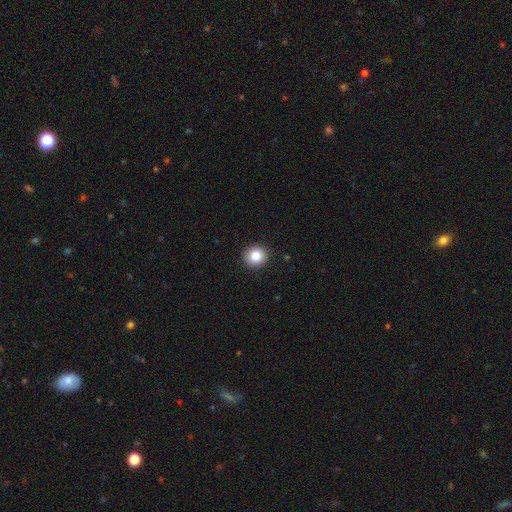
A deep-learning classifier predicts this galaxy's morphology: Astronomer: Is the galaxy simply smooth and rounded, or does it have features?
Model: smooth — 82%.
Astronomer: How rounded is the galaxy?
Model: round — 90%.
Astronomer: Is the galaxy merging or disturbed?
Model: none — 92%.